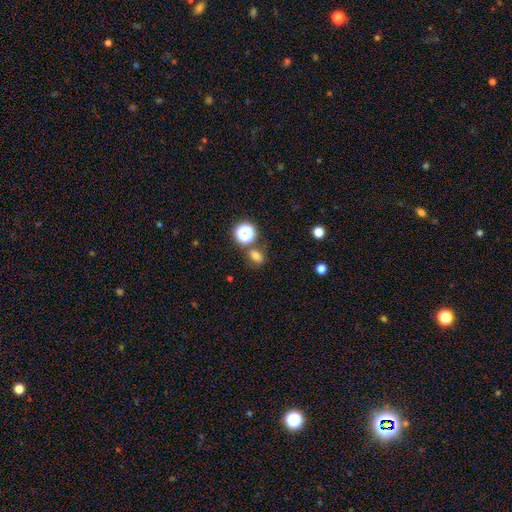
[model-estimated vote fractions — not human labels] This is likely a smooth galaxy (71%). How rounded: possibly in between (58%). Merging: likely none (71%).